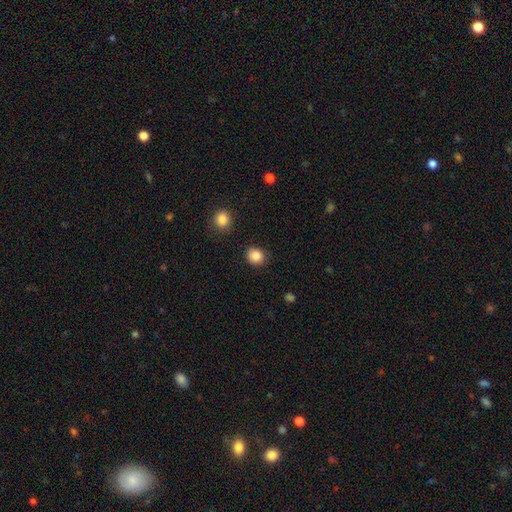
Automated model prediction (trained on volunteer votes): Smooth or featured? Predicted: smooth (p=0.85). How rounded? Predicted: round (p=0.82). Merging? Predicted: none (p=0.88).